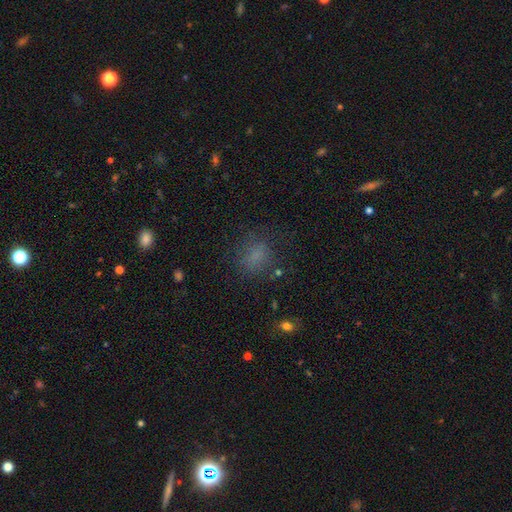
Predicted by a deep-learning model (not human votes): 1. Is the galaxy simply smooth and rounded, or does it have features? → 70% smooth, 20% star or artifact, 9% featured or disk.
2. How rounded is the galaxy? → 57% round, 41% in between, 2% cigar-shaped.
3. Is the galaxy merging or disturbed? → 73% none, 15% minor disturbance, 10% major disturbance, 2% merger.